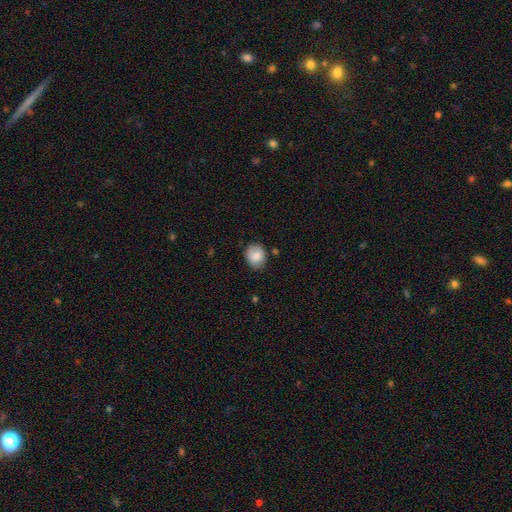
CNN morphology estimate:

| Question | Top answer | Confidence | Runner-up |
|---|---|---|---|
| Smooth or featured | smooth | 84% | featured or disk (8%) |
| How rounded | round | 52% | in between (47%) |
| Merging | none | 74% | minor disturbance (19%) |